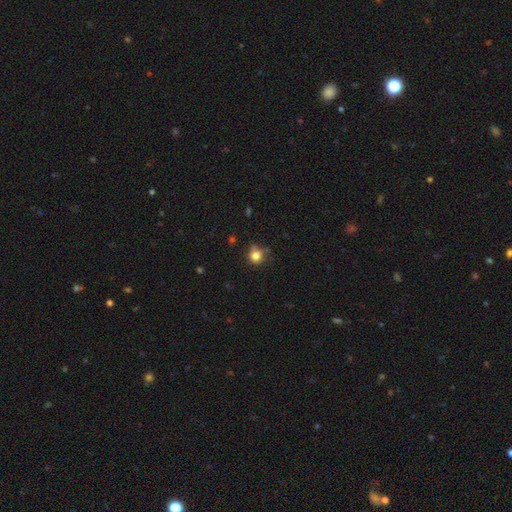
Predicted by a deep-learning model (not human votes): Smooth or featured: smooth — 81% (star or artifact — 13%)
How rounded: round — 89% (in between — 10%)
Merging: none — 69% (minor disturbance — 20%)